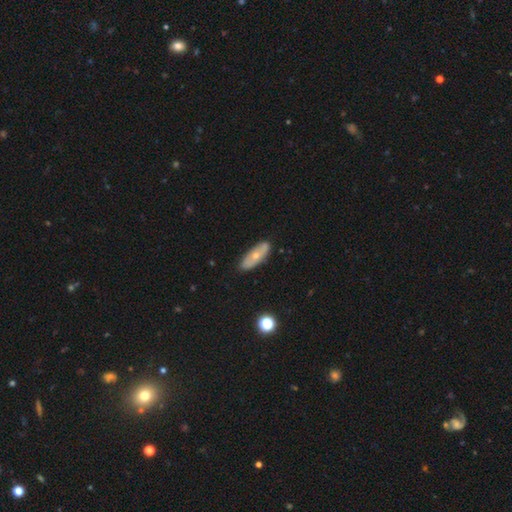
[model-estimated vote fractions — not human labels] This is possibly a smooth galaxy (51%). How rounded: likely in between (66%). Merging: clearly none (84%).